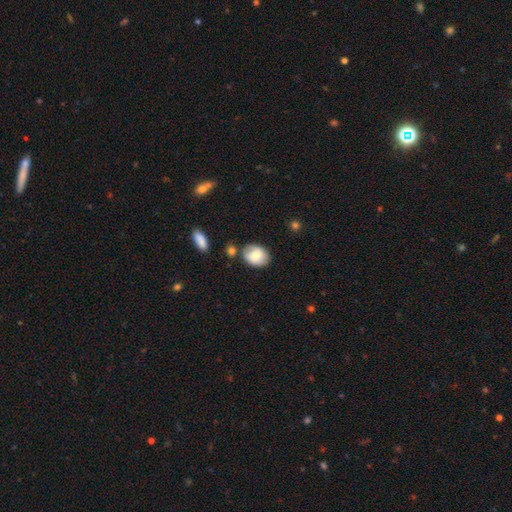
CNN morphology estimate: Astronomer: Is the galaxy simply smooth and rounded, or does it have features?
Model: smooth — 73%.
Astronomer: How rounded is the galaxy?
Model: in between — 71%.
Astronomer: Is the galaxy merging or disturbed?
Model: none — 69%.